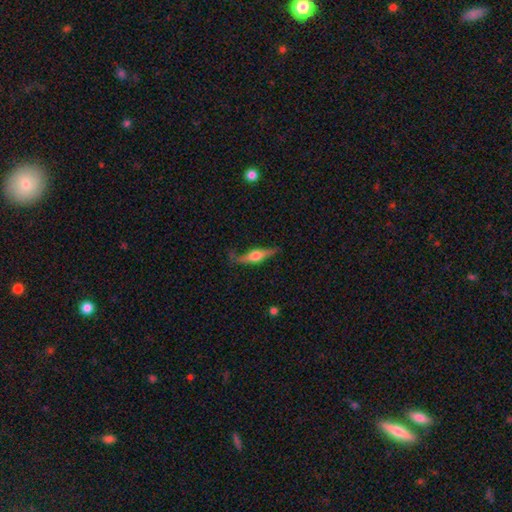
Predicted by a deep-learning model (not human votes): smooth_or_featured: featured or disk (p=0.66) [alt: smooth p=0.29]
disk_edge_on: yes (p=0.94) [alt: no p=0.06]
edge_on_bulge: rounded (p=0.92) [alt: boxy p=0.06]
merging: none (p=0.74) [alt: minor disturbance p=0.19]